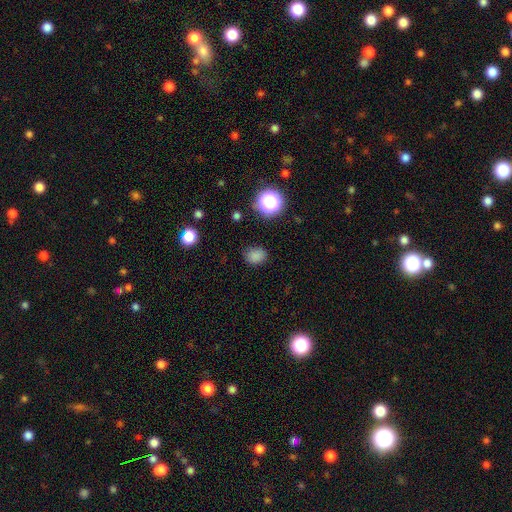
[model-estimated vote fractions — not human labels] This appears to be a smooth galaxy with no disk features (80%) that is round (53%). Merging: none (81%).